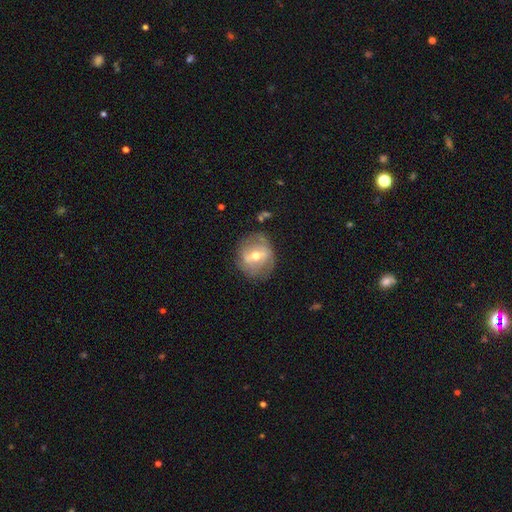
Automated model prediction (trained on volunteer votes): Overall: featured or disk (63%; smooth 30%). Edge-on disk: no (94%). Bar: weak (42%; strong 40%). Spiral arms: no (51%; yes 49%). Bulge size: moderate (71%). Merging: none (70%).